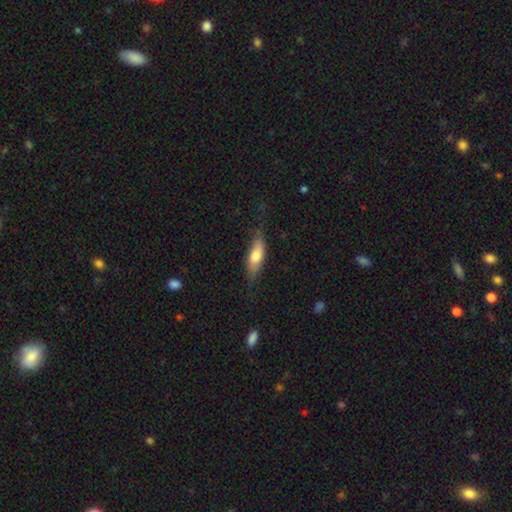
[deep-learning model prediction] Smooth or featured? Predicted: smooth (p=0.68). How rounded? Predicted: in between (p=0.60). Merging? Predicted: none (p=0.62).